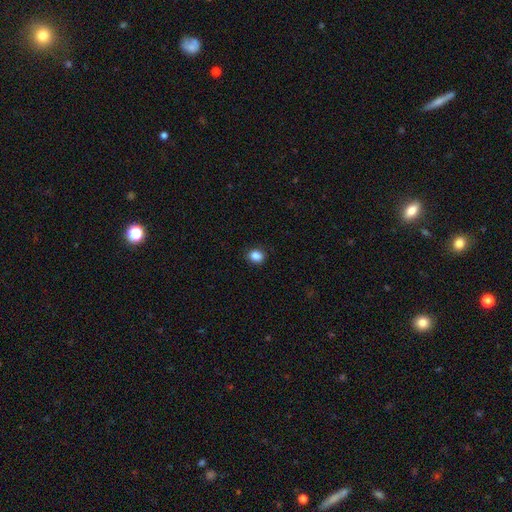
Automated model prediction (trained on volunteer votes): Smooth or featured? smooth (87%)
How rounded? round (58%)
Merging? none (88%)